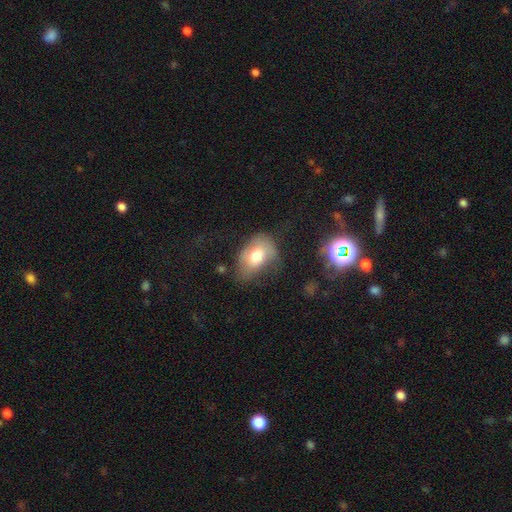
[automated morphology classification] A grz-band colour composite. It shows a smooth galaxy with no disk features (67%) that is in between round and cigar-shaped (82%). Merging: minor disturbance (35%, tied with none).